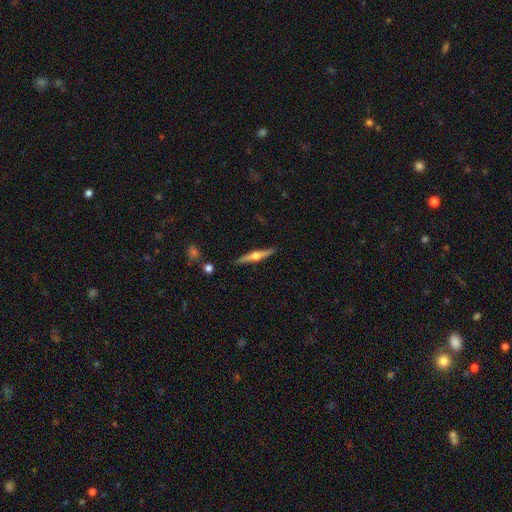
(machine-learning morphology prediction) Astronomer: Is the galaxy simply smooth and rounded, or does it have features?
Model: featured or disk — 69%.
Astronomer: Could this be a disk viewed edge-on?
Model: yes — 97%.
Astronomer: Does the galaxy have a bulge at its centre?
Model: rounded — 94%.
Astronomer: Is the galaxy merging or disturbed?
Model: none — 90%.